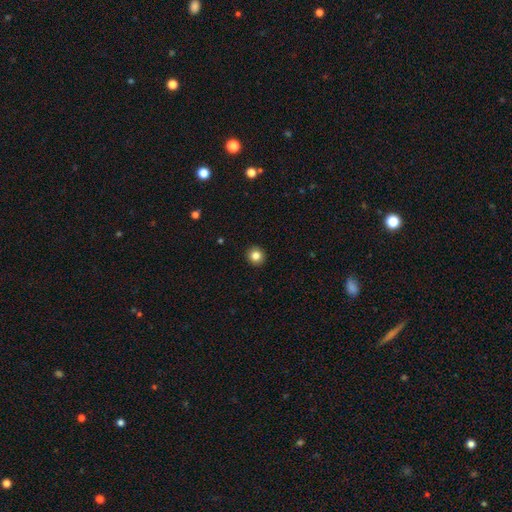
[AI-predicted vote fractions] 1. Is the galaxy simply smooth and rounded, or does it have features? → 83% smooth, 11% star or artifact, 6% featured or disk.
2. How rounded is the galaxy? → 92% round, 7% in between, 1% cigar-shaped.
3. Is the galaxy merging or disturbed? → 93% none, 4% minor disturbance, 1% major disturbance, 1% merger.